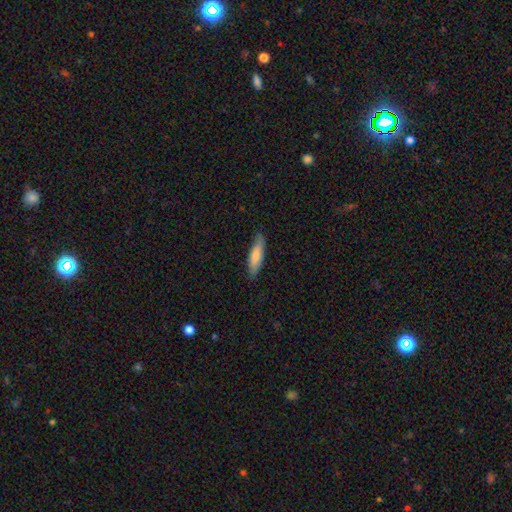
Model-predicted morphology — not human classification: smooth 75%, featured or disk 19%, star or artifact 5%. Down the decision tree: how rounded — cigar-shaped (64%); merging — none (84%).